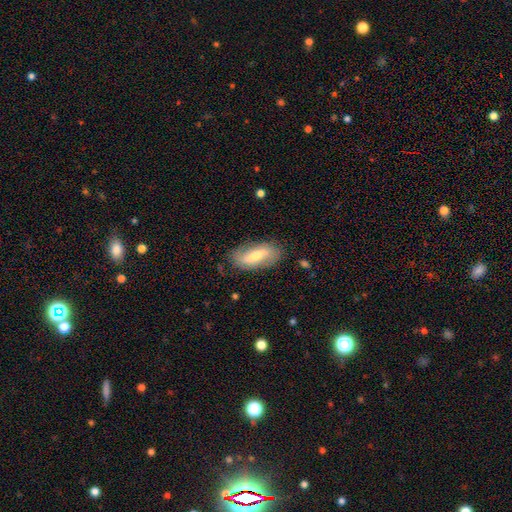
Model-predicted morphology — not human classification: A smooth galaxy with no disk features (48%).

Vote fractions:
- Smooth or featured? smooth: 48% / featured or disk: 46% / star or artifact: 6%
- Merging? none: 79% / minor disturbance: 15% / major disturbance: 4% / merger: 1%